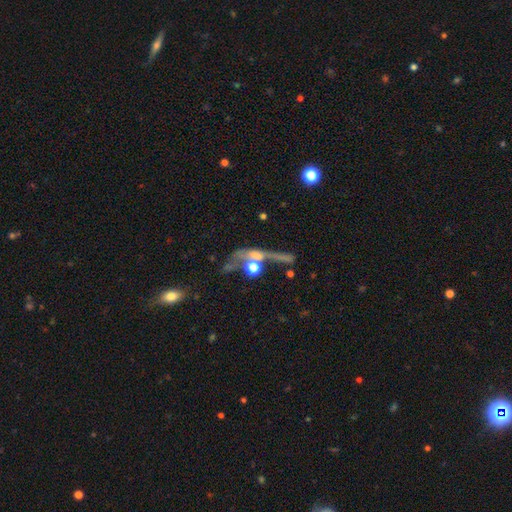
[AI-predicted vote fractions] smooth-or-featured: featured or disk: 43% | smooth: 39% | star or artifact: 19%
  merging: merger: 35% | none: 30% | major disturbance: 22% | minor disturbance: 12%